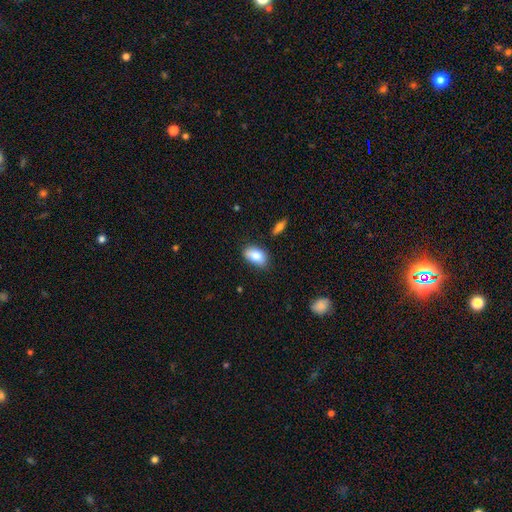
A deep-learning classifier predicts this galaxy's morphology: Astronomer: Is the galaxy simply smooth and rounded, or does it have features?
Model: smooth — 83%.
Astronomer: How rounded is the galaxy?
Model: in between — 91%.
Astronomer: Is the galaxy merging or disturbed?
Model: none — 73%.